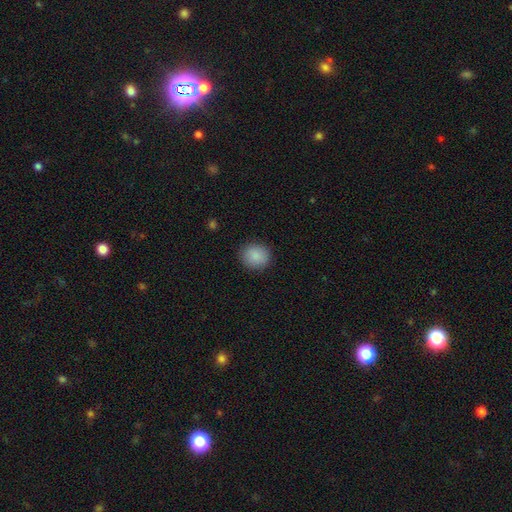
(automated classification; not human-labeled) Smooth or featured? Predicted: smooth (p=0.88). How rounded? Predicted: round (p=0.85). Merging? Predicted: none (p=0.90).